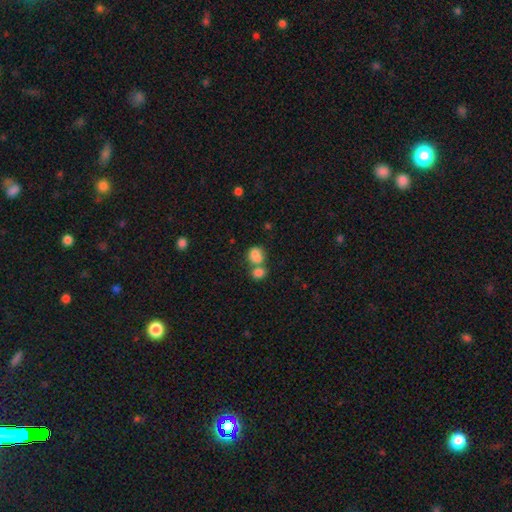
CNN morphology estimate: A smooth galaxy with no disk features (79%) that is round (52%). Merging: merger (58%).